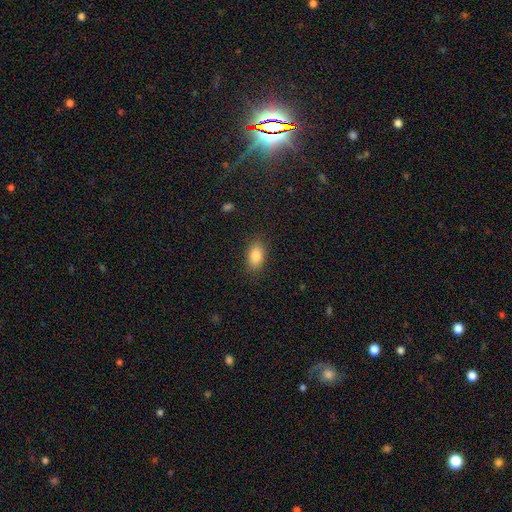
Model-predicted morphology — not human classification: Smooth or featured? Predicted: smooth (p=0.85). How rounded? Predicted: in between (p=0.90). Merging? Predicted: none (p=0.86).